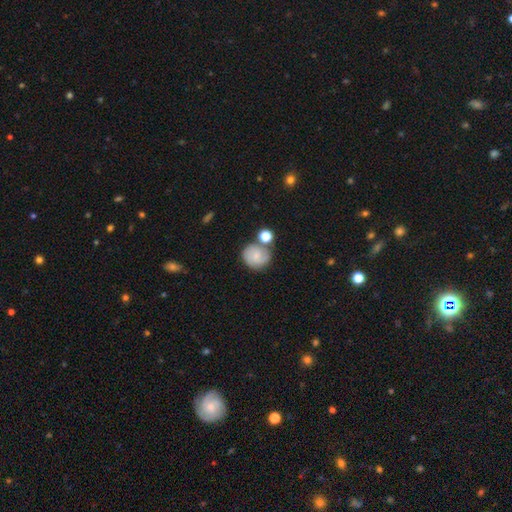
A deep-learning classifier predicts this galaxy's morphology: Smooth or featured?
  - smooth: 56% *
  - featured or disk: 35%
  - star or artifact: 9%
How rounded?
  - round: 84% *
  - in between: 15%
  - cigar-shaped: 1%
Merging?
  - none: 59% *
  - merger: 20%
  - minor disturbance: 16%
  - major disturbance: 5%